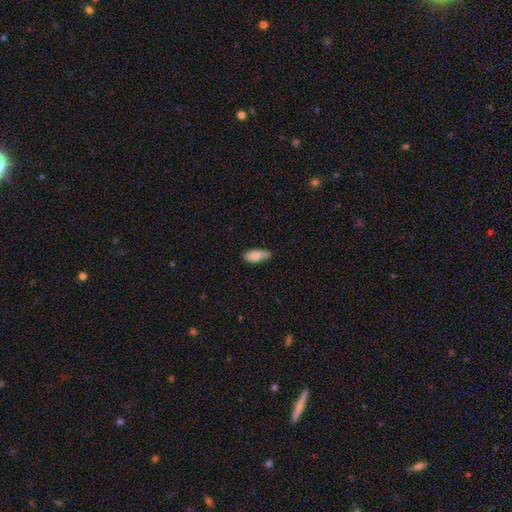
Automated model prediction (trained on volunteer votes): A smooth galaxy with no disk features (82%) that is in between round and cigar-shaped (85%). Merging: none (55%).